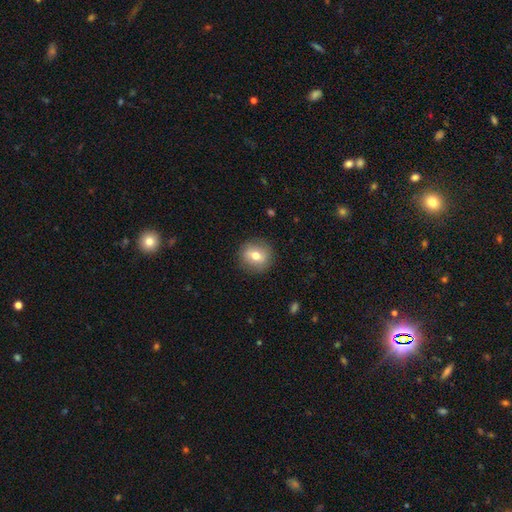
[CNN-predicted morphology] Smooth or featured? smooth (65%)
How rounded? round (86%)
Merging? none (88%)